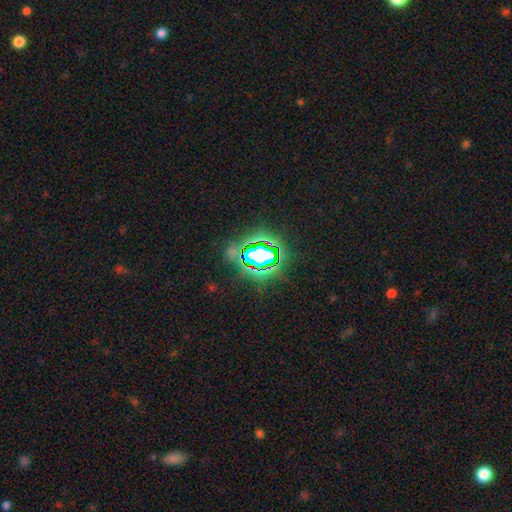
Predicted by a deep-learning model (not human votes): A star or artifact, not a galaxy (78%).